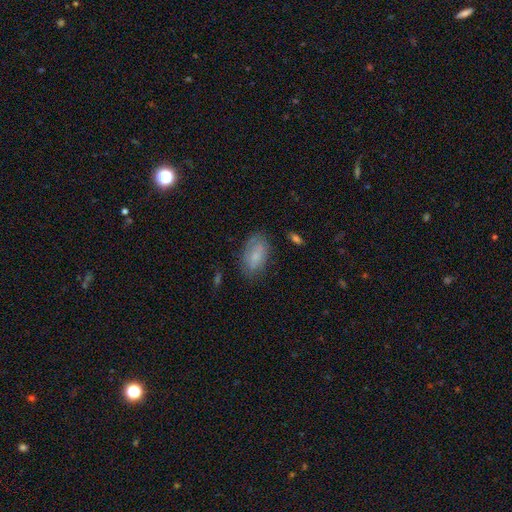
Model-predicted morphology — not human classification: A smooth galaxy with no disk features (70%) that is in between round and cigar-shaped (91%). Merging: none (69%).